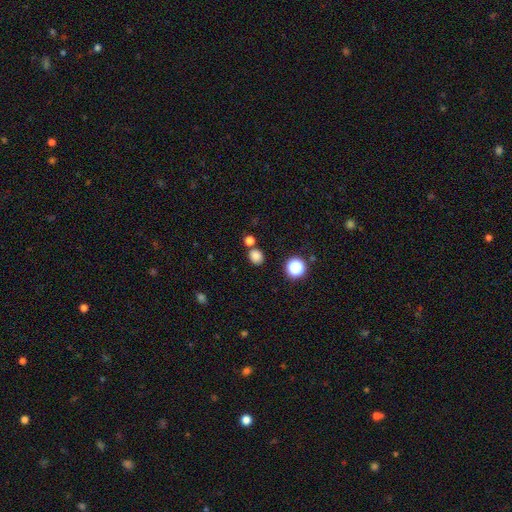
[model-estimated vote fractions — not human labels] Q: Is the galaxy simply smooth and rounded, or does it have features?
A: smooth — 80%.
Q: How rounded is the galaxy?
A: round — 75%.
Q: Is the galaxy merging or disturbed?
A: none — 76%.